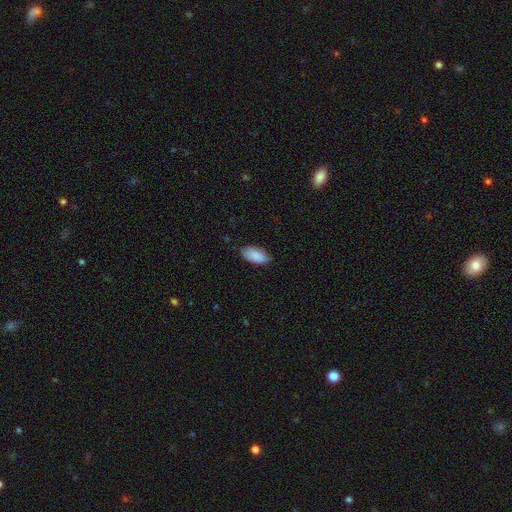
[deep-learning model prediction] A smooth galaxy with no disk features (90%) that is in between round and cigar-shaped (93%). Merging: none (82%).